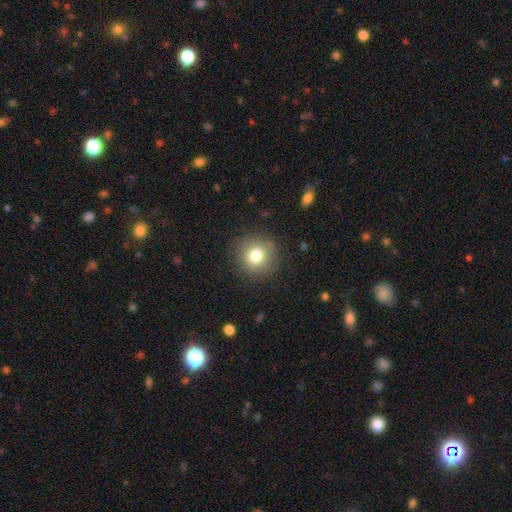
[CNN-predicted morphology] smooth-or-featured: smooth: 78% | star or artifact: 12% | featured or disk: 10%
  how-rounded: round: 92% | in between: 7% | cigar-shaped: 1%
  merging: none: 87% | minor disturbance: 8% | major disturbance: 3% | merger: 1%